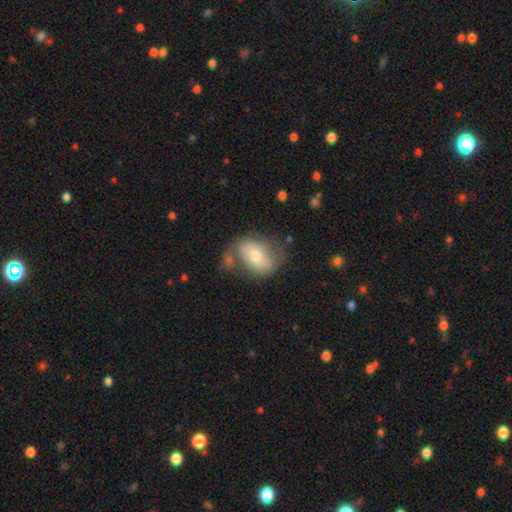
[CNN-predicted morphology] smooth-or-featured: smooth: 53% | featured or disk: 40% | star or artifact: 7%
  how-rounded: in between: 75% | round: 23% | cigar-shaped: 1%
  merging: none: 46% | minor disturbance: 26% | major disturbance: 16% | merger: 12%